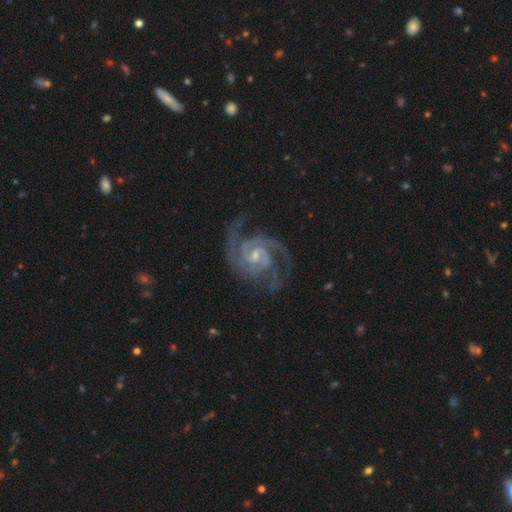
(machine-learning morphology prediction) The model was most divided on "spiral winding": tight: 53%, medium: 42%, loose: 5%. More confident: spiral arms — yes (99%); edge-on disk — no (98%); smooth or featured — featured or disk (94%); merging — none (72%); spiral arm count — 2 (55%); bulge size — small (55%); bar — weak (55%).